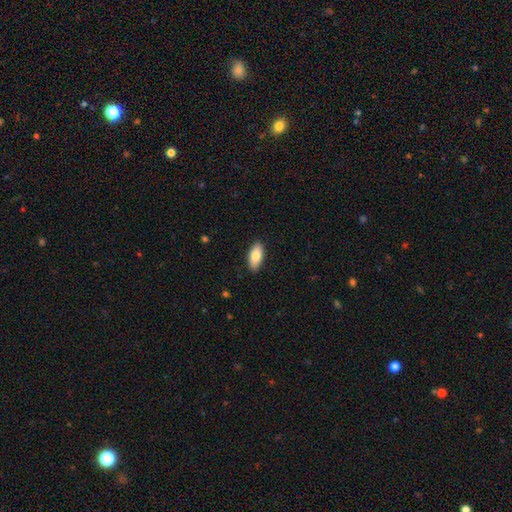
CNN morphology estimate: Smooth or featured? smooth (81%)
How rounded? in between (89%)
Merging? none (88%)